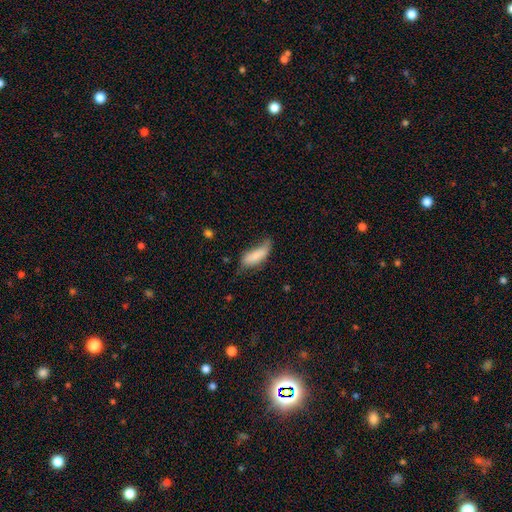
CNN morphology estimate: smooth 76%, featured or disk 17%, star or artifact 7%. Down the decision tree: how rounded — in between (75%); merging — minor disturbance (41%).